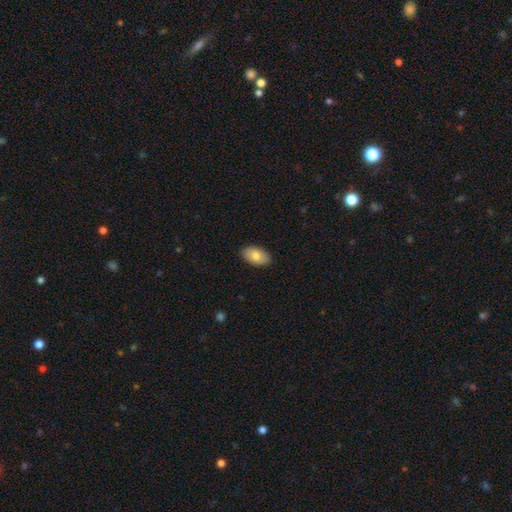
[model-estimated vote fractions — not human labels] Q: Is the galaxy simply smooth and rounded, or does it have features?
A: smooth — 80%.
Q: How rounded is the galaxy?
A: in between — 95%.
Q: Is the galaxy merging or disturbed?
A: none — 89%.